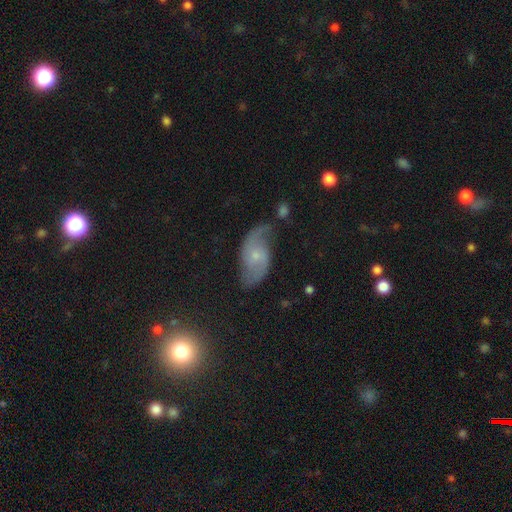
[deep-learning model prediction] Overall: featured or disk (74%). Edge-on disk: no (96%). Bar: no (67%). Spiral arms: yes (92%). Spiral arm count: 2 (87%). Spiral winding: loose (52%; medium 34%). Bulge size: small (70%). Merging: none (61%; minor disturbance 23%).